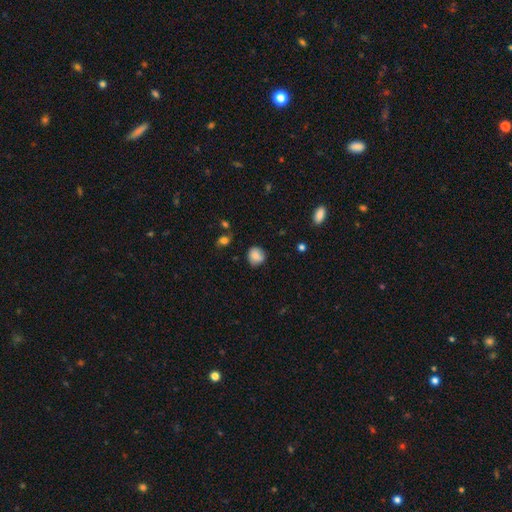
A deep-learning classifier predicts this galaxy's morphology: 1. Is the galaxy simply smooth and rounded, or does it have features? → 79% smooth, 12% featured or disk, 9% star or artifact.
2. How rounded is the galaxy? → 79% round, 20% in between, 1% cigar-shaped.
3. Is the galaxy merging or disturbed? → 73% none, 21% minor disturbance, 4% major disturbance, 2% merger.